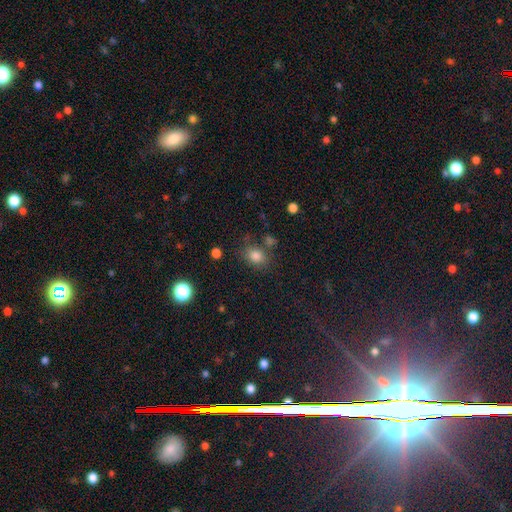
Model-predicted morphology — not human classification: smooth-or-featured: smooth: 80% | star or artifact: 13% | featured or disk: 7%
  how-rounded: in between: 56% | round: 42% | cigar-shaped: 1%
  merging: none: 71% | minor disturbance: 15% | merger: 8% | major disturbance: 6%